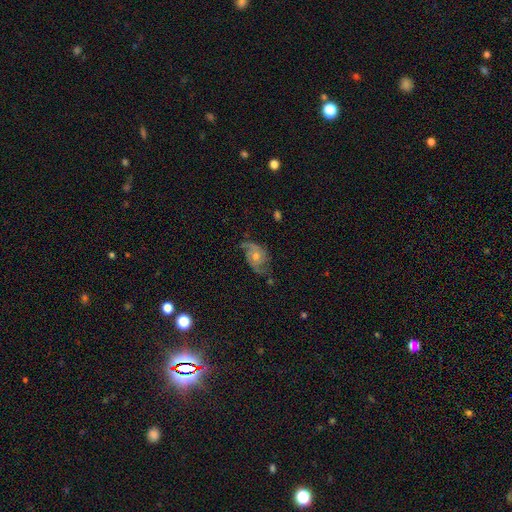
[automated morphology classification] This is likely a featured or disk galaxy (76%). It is clearly not viewed edge-on (96%). Bar: likely no (75%). Spiral arm pattern: clearly yes (93%). Spiral arm count: likely 2 (72%). Spiral winding: possibly medium (47%). Central bulge: possibly moderate (52%). Merging: likely none (68%).